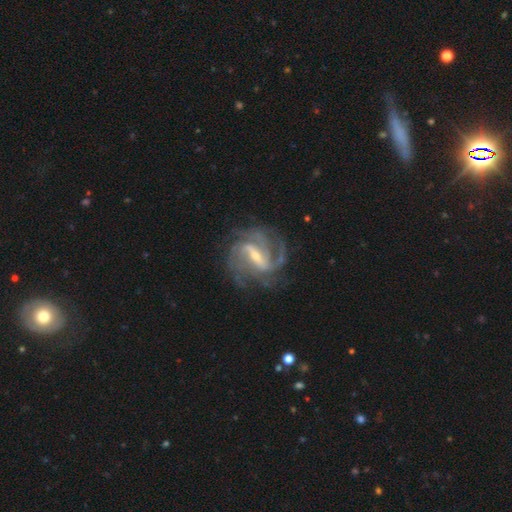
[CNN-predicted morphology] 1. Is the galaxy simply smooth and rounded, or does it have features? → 91% featured or disk, 5% star or artifact, 4% smooth.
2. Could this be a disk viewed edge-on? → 97% no, 3% yes.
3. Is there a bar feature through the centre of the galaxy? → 61% strong, 32% weak, 7% no.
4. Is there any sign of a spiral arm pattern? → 97% yes, 3% no.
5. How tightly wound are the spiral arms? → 48% medium, 38% tight, 14% loose.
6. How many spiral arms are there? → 31% 3, 30% 2, 15% can't tell, 14% 4, 5% more than 4, 5% 1.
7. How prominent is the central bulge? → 53% small, 39% moderate, 4% none, 3% large, 1% dominant.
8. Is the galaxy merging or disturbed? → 73% none, 15% minor disturbance, 10% major disturbance, 2% merger.